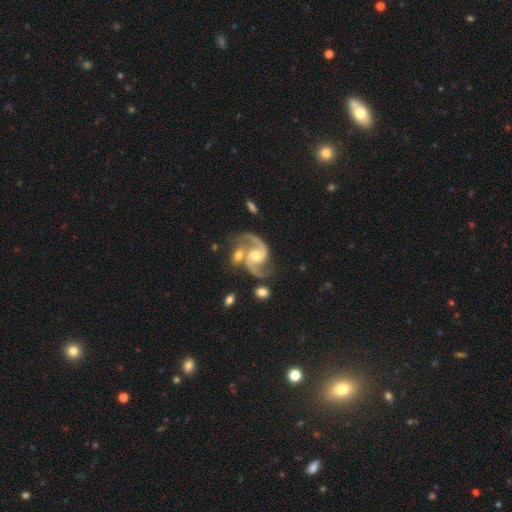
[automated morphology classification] A featured or disk galaxy (92%) with no bar (54%), 2 (94%) medium (63%) spiral arms (98%) and a moderate central bulge (66%).

Vote fractions:
- Smooth or featured? featured or disk: 92% / star or artifact: 4% / smooth: 3%
- Edge-on disk? no: 98% / yes: 2%
- Bar? no: 54% / weak: 35% / strong: 11%
- Spiral arms? yes: 98% / no: 2%
- Spiral winding? medium: 63% / loose: 23% / tight: 14%
- Spiral arm count? 2: 94% / 3: 2% / can't tell: 1% / 1: 1% / 4: 1% / more than 4: 1%
- Bulge size? moderate: 66% / small: 25% / large: 6% / none: 2% / dominant: 1%
- Merging? none: 57% / merger: 20% / minor disturbance: 16% / major disturbance: 7%